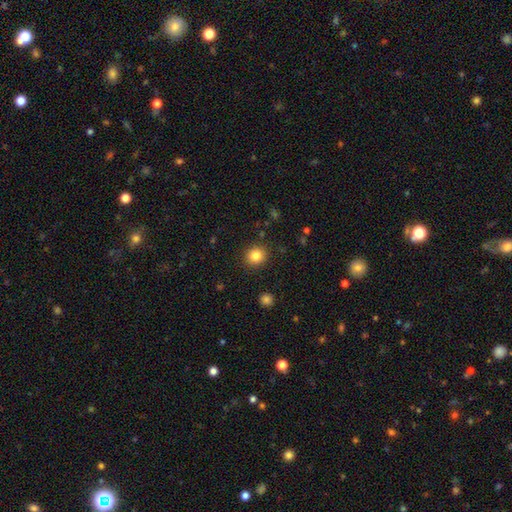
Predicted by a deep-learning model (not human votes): Overall: smooth (83%). How rounded: round (85%). Merging: none (90%).